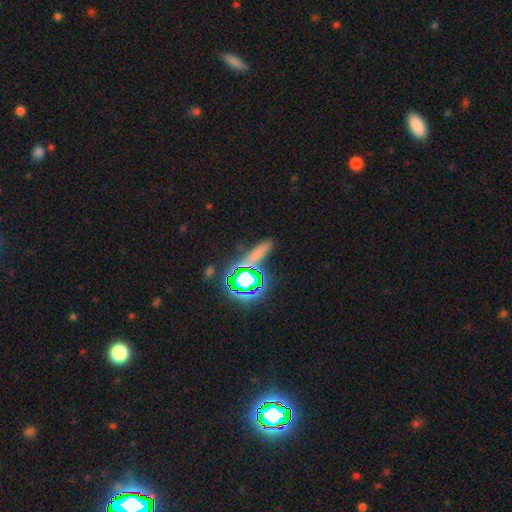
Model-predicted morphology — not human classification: smooth-or-featured: smooth: 45% | star or artifact: 41% | featured or disk: 14%
  merging: none: 71% | minor disturbance: 14% | merger: 9% | major disturbance: 6%